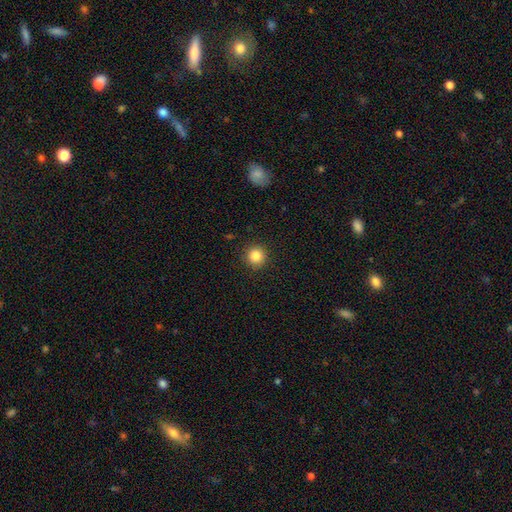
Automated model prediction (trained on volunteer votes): Morphology: type=smooth (85%); roundness=round (94%); merging=none (92%).